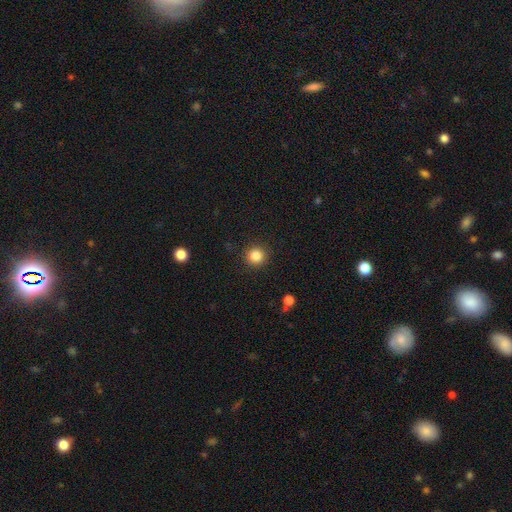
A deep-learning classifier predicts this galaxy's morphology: The model was most divided on "smooth or featured": smooth: 84%, star or artifact: 11%, featured or disk: 5%. More confident: how rounded — round (94%); merging — none (91%).